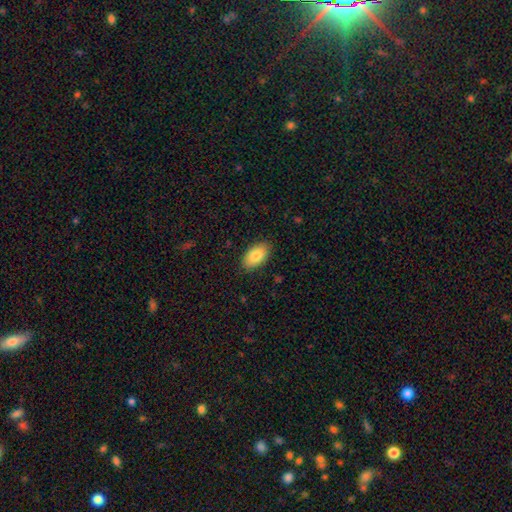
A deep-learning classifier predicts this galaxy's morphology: Q: Smooth or featured?
A: smooth (84%); runner-up: featured or disk (10%)
Q: How rounded?
A: in between (94%); runner-up: round (4%)
Q: Merging?
A: none (87%); runner-up: minor disturbance (10%)